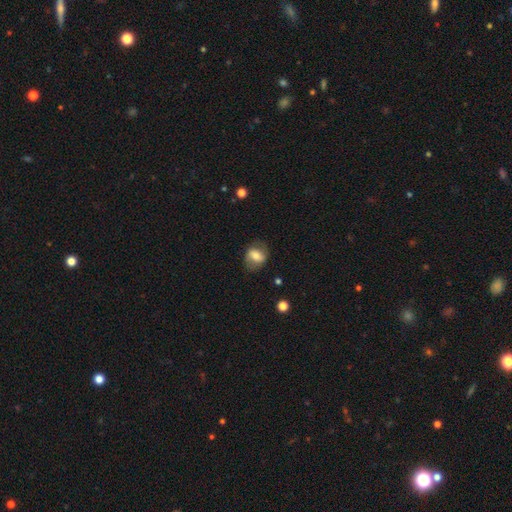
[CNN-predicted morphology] Smooth or featured?
  - smooth: 60% *
  - featured or disk: 32%
  - star or artifact: 8%
How rounded?
  - in between: 59% *
  - round: 39%
  - cigar-shaped: 2%
Merging?
  - none: 72% *
  - minor disturbance: 18%
  - major disturbance: 8%
  - merger: 1%